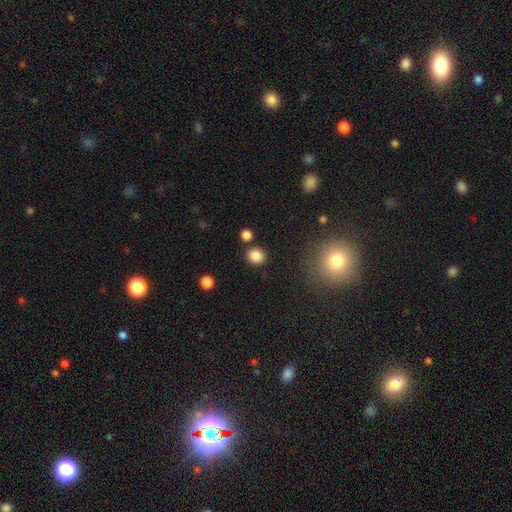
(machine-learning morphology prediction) smooth 85%, star or artifact 11%, featured or disk 4%. Down the decision tree: how rounded — round (83%); merging — none (83%).